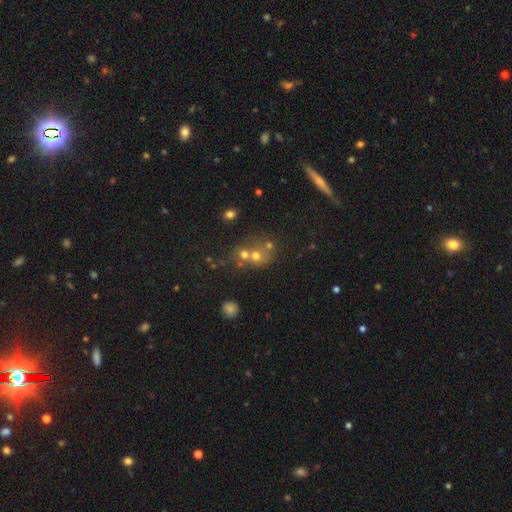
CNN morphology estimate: A smooth galaxy with no disk features (57%) that is round (78%).

Vote fractions:
- Smooth or featured? smooth: 57% / star or artifact: 22% / featured or disk: 21%
- How rounded? round: 78% / in between: 21% / cigar-shaped: 1%
- Merging? merger: 52% / none: 36% / minor disturbance: 8% / major disturbance: 5%